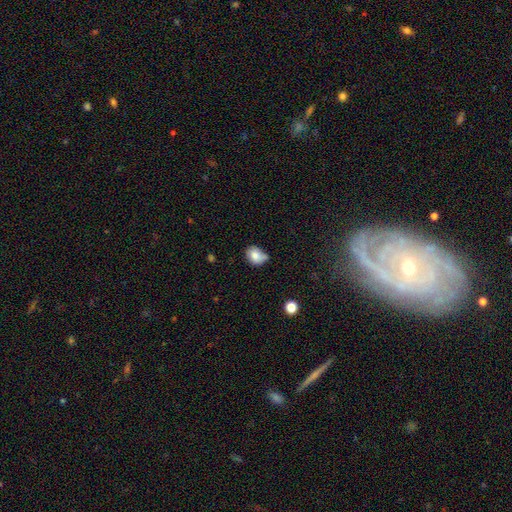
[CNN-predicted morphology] This appears to be a smooth galaxy with no disk features (79%) that is in between round and cigar-shaped (56%). Merging: none (45%).